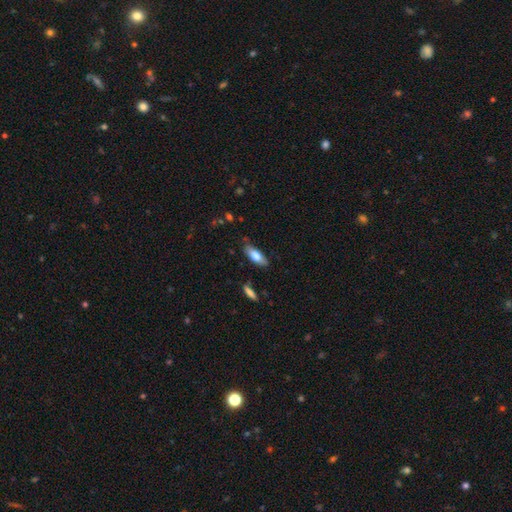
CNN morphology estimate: smooth 78%, featured or disk 16%, star or artifact 6%. Down the decision tree: how rounded — in between (71%); merging — none (78%).